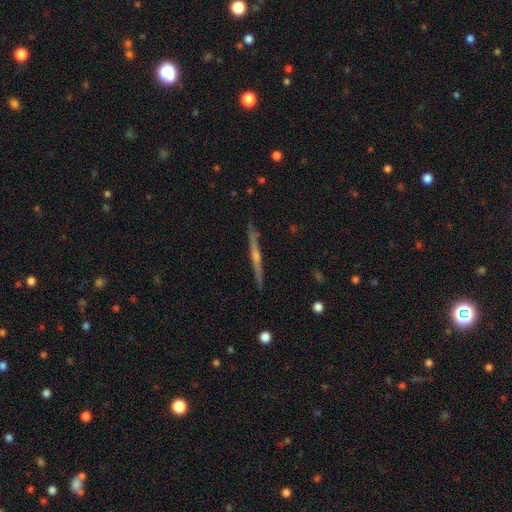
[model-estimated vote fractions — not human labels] Q: Smooth or featured?
A: featured or disk (71%); runner-up: smooth (19%)
Q: Edge-on disk?
A: yes (96%); runner-up: no (4%)
Q: Edge-on bulge?
A: rounded (81%); runner-up: none (13%)
Q: Merging?
A: none (89%); runner-up: minor disturbance (8%)